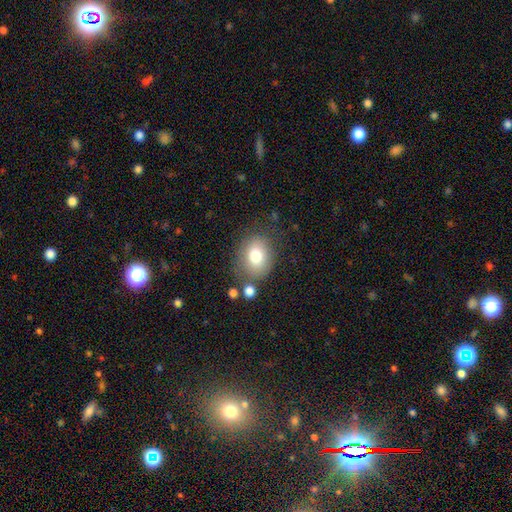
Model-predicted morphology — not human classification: A smooth galaxy with no disk features (78%) that is in between round and cigar-shaped (50%).

Vote fractions:
- Smooth or featured? smooth: 78% / featured or disk: 12% / star or artifact: 9%
- How rounded? in between: 50% / round: 49% / cigar-shaped: 1%
- Merging? none: 71% / minor disturbance: 16% / merger: 6% / major disturbance: 6%